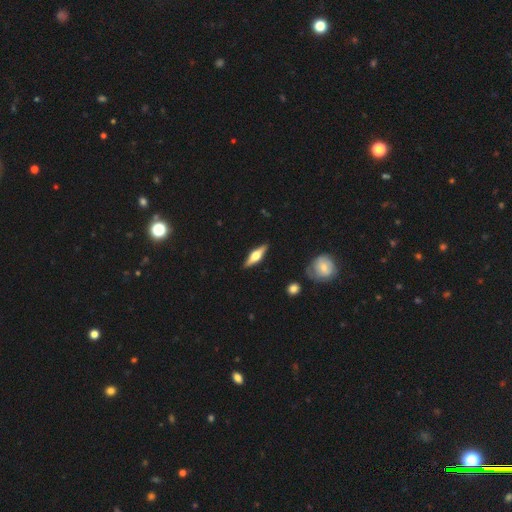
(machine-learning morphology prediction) A featured or disk galaxy (67%) viewed edge-on (95%) with a rounded central bulge (93%). Merging: none (88%).